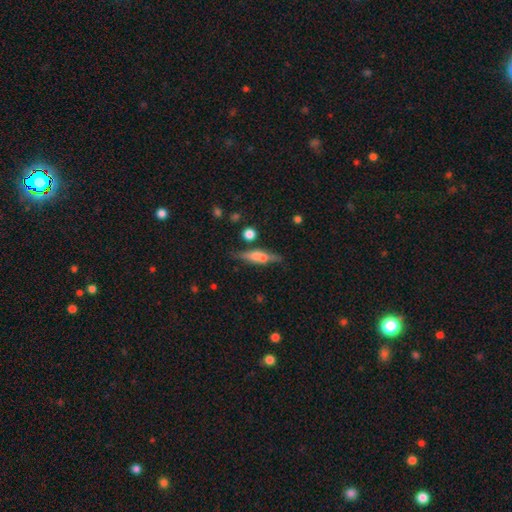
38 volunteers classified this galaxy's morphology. Smooth or featured? 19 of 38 (50%) said featured or disk. Edge-on disk? 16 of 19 (84%) said yes. Edge-on bulge? 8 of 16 (50%) said rounded. Merging? 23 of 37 (62%) said none.